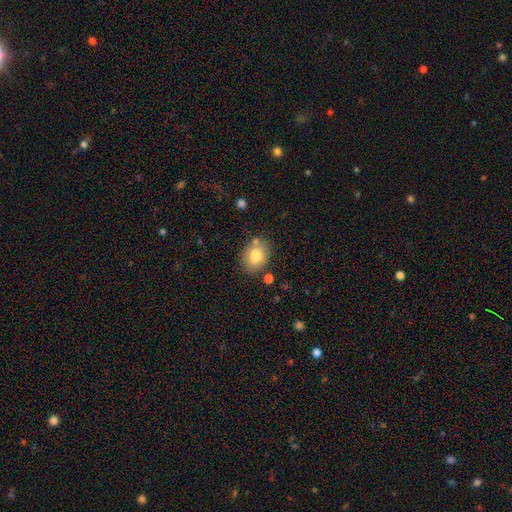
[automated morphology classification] The model was most divided on "how rounded": in between: 70%, round: 29%, cigar-shaped: 1%. More confident: smooth or featured — smooth (79%); merging — none (74%).